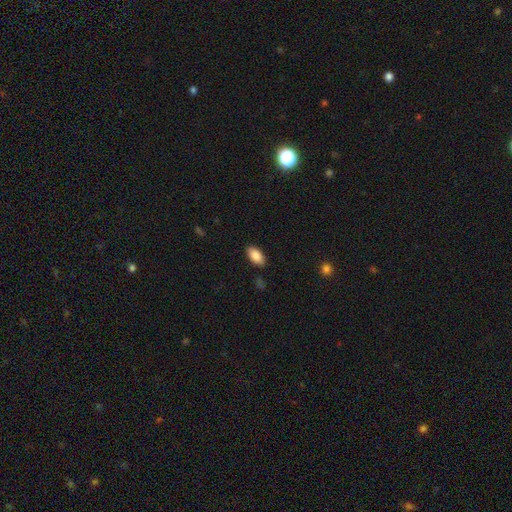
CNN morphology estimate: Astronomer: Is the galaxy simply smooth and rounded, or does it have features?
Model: smooth — 87%.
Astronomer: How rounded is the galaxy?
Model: in between — 92%.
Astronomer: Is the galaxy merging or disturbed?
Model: none — 87%.